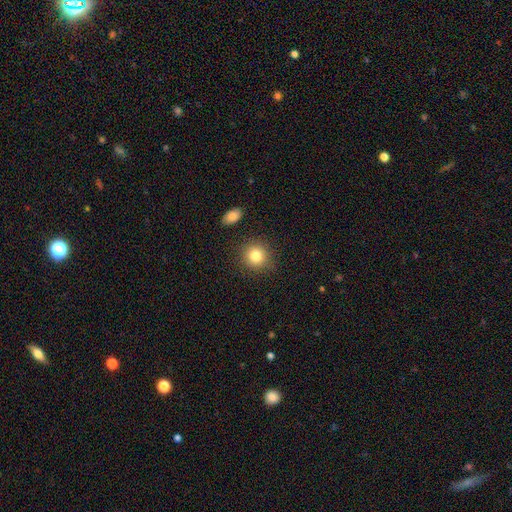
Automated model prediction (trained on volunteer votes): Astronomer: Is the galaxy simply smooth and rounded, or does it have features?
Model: smooth — 83%.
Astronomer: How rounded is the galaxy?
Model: round — 89%.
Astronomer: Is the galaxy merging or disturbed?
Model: none — 86%.